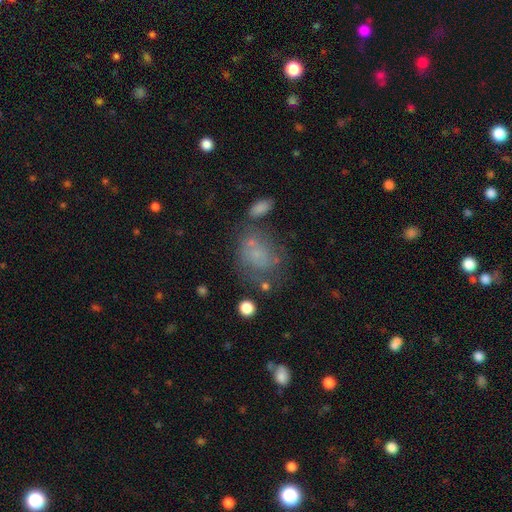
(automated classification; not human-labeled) Morphology: type=smooth (51%); roundness=in between (55%); merging=none (42%).